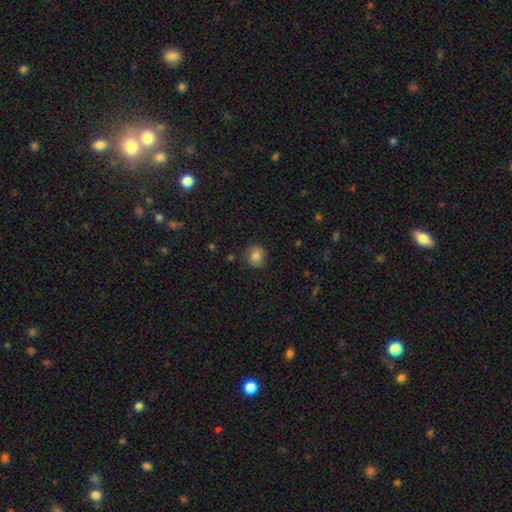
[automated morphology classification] Overall: smooth (79%). How rounded: round (80%). Merging: none (83%).